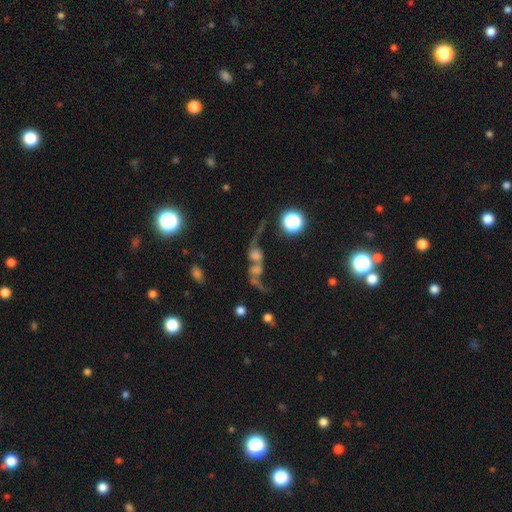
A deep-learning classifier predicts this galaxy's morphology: This is marginally a featured or disk galaxy (44%). Merging: likely merger (61%).